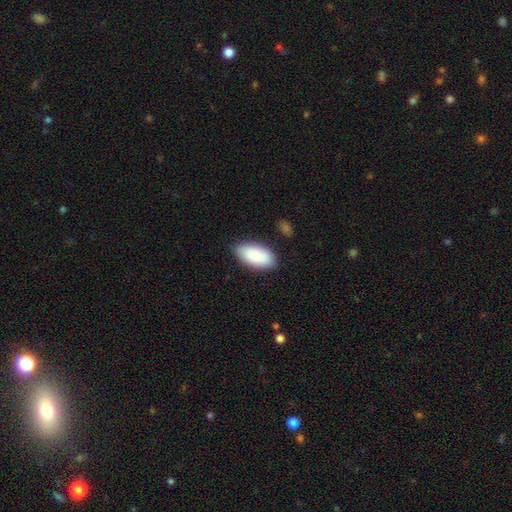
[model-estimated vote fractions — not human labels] A smooth galaxy with no disk features (83%) that is in between round and cigar-shaped (94%). Merging: none (83%).